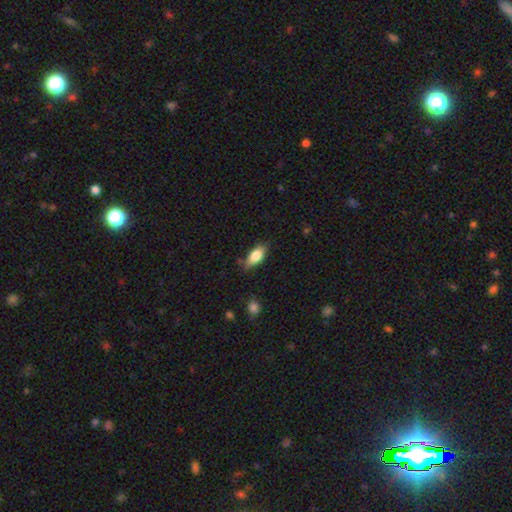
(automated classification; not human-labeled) Overall: smooth (79%). How rounded: in between (83%). Merging: none (76%).